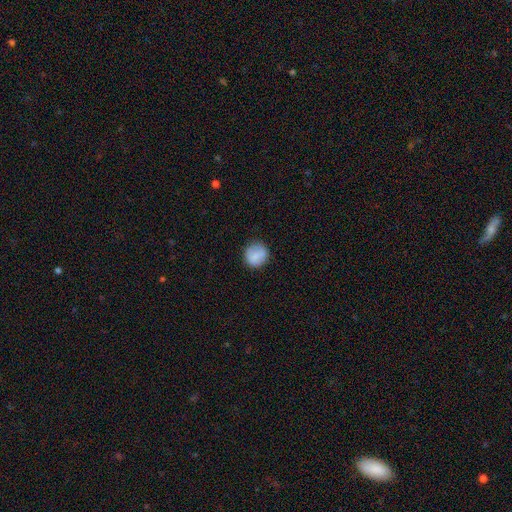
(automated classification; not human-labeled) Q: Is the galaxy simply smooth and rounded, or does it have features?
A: smooth — 82%.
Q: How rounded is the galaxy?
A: round — 90%.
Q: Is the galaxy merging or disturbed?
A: none — 83%.